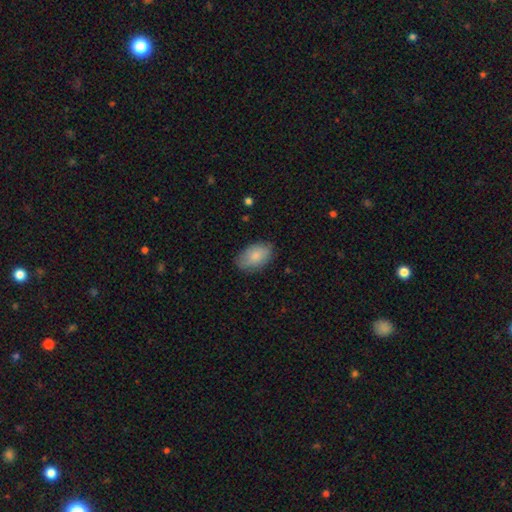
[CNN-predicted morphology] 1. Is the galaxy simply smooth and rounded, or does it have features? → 84% smooth, 10% featured or disk, 6% star or artifact.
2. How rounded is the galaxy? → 93% in between, 6% round, 2% cigar-shaped.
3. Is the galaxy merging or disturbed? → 80% none, 16% minor disturbance, 3% major disturbance, 1% merger.